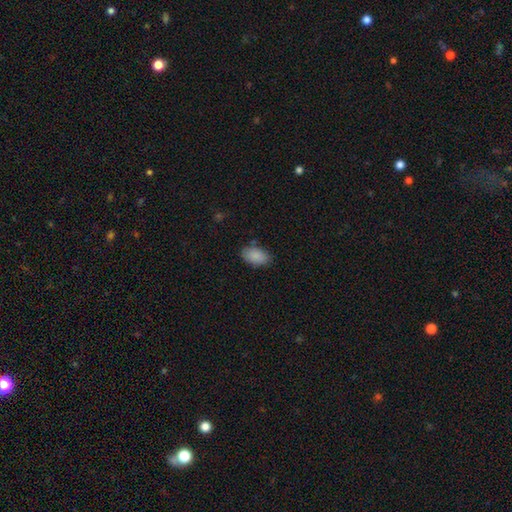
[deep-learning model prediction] Smooth or featured? smooth (88%)
How rounded? in between (92%)
Merging? none (81%)